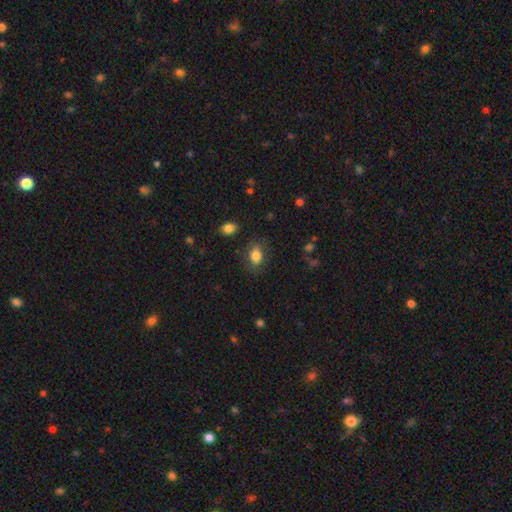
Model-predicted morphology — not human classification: smooth_or_featured: smooth (p=0.80) [alt: featured or disk p=0.11]
how_rounded: in between (p=0.79) [alt: round p=0.19]
merging: none (p=0.76) [alt: minor disturbance p=0.16]